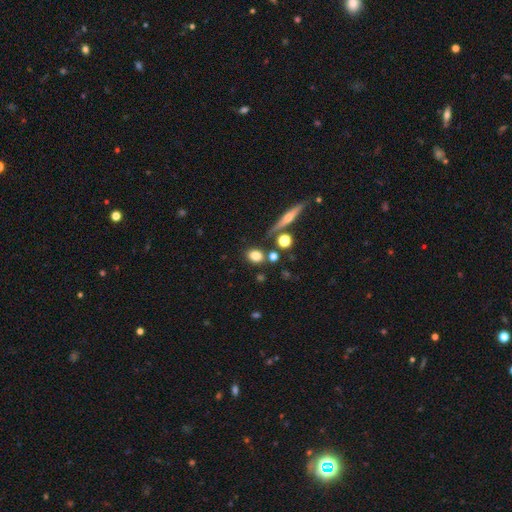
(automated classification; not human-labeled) smooth-or-featured: smooth: 77% | featured or disk: 11% | star or artifact: 11%
  how-rounded: round: 50% | in between: 45% | cigar-shaped: 4%
  merging: none: 77% | minor disturbance: 11% | merger: 9% | major disturbance: 4%